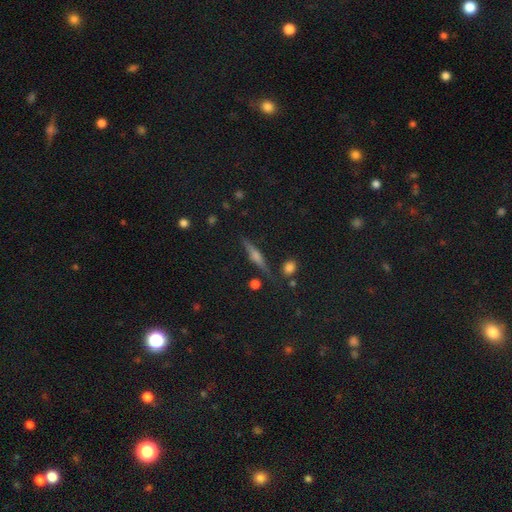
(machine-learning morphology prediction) Smooth or featured?
  - featured or disk: 62% *
  - smooth: 22%
  - star or artifact: 16%
Edge-on disk?
  - yes: 95% *
  - no: 5%
Edge-on bulge?
  - rounded: 85% *
  - boxy: 8%
  - none: 7%
Merging?
  - none: 86% *
  - minor disturbance: 9%
  - merger: 3%
  - major disturbance: 3%